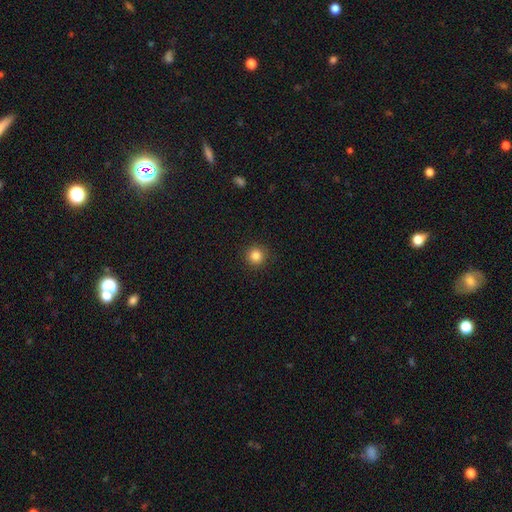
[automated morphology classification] This is clearly a smooth galaxy (85%). How rounded: clearly round (95%). Merging: clearly none (92%).